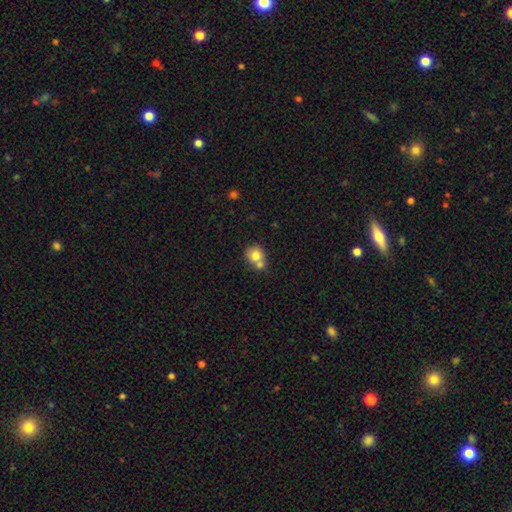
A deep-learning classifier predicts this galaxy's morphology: smooth 76%, featured or disk 15%, star or artifact 9%. Down the decision tree: how rounded — round (78%); merging — merger (48%).